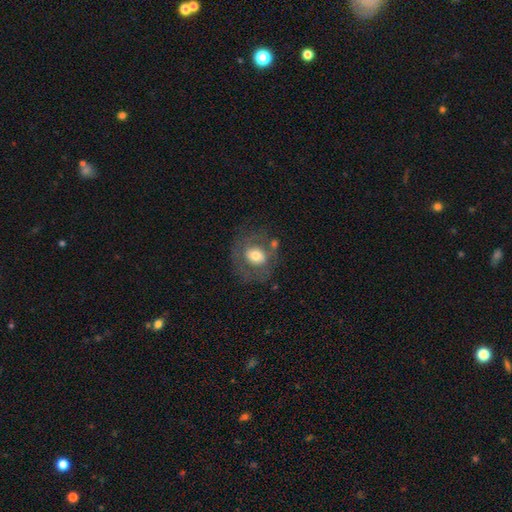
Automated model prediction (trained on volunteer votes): smooth 56%, featured or disk 36%, star or artifact 8%. Down the decision tree: how rounded — round (69%); merging — none (62%).